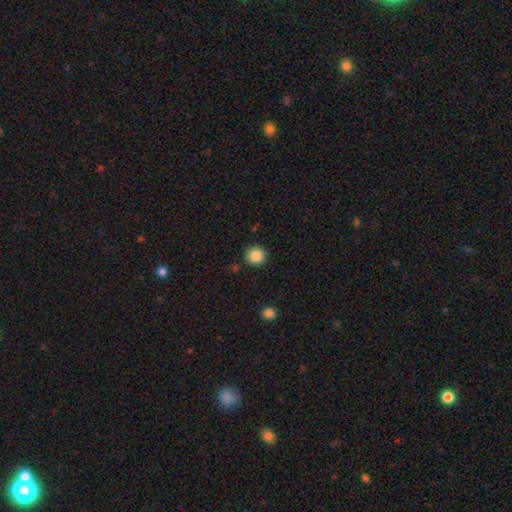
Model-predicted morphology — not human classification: This is clearly a smooth galaxy (86%). How rounded: clearly round (93%). Merging: clearly none (90%).